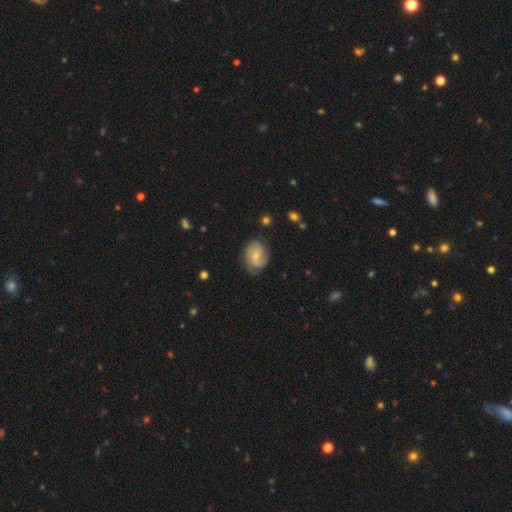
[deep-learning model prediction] Smooth or featured: featured or disk — 55% (smooth — 38%)
Edge-on disk: no — 97% (yes — 3%)
Bar: no — 65% (weak — 30%)
Spiral arms: yes — 86% (no — 14%)
Bulge size: small — 54% (moderate — 40%)
Merging: none — 65% (minor disturbance — 25%)